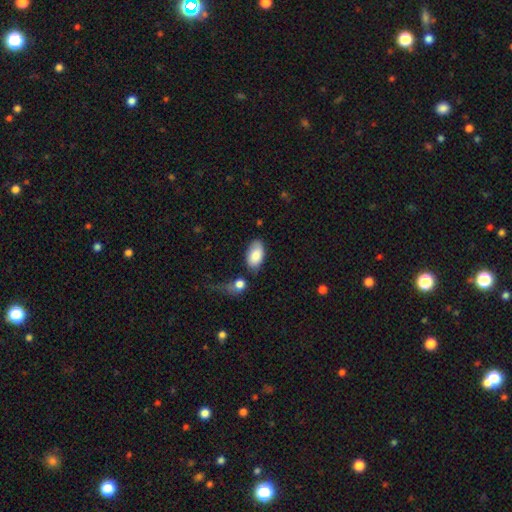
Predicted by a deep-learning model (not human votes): A smooth galaxy with no disk features (82%) that is in between round and cigar-shaped (94%). Merging: none (60%).